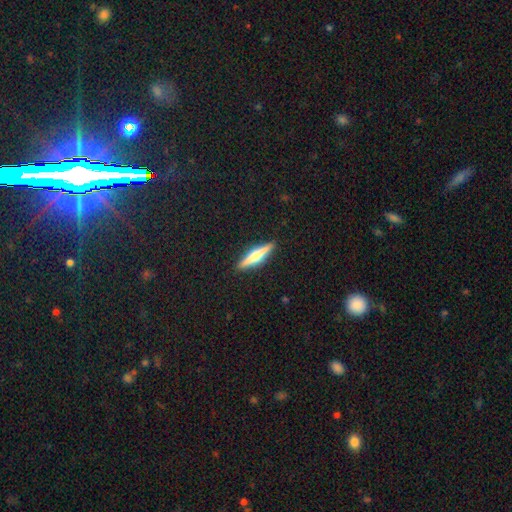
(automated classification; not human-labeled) Q: Smooth or featured?
A: featured or disk (63%); runner-up: smooth (31%)
Q: Edge-on disk?
A: yes (97%); runner-up: no (3%)
Q: Edge-on bulge?
A: rounded (86%); runner-up: boxy (7%)
Q: Merging?
A: none (91%); runner-up: minor disturbance (6%)